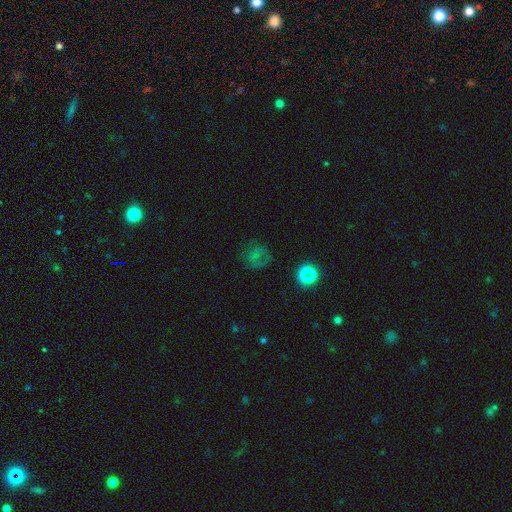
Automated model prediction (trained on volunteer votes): Smooth or featured? Predicted: smooth (p=0.51). How rounded? Predicted: round (p=0.76). Merging? Predicted: none (p=0.56).